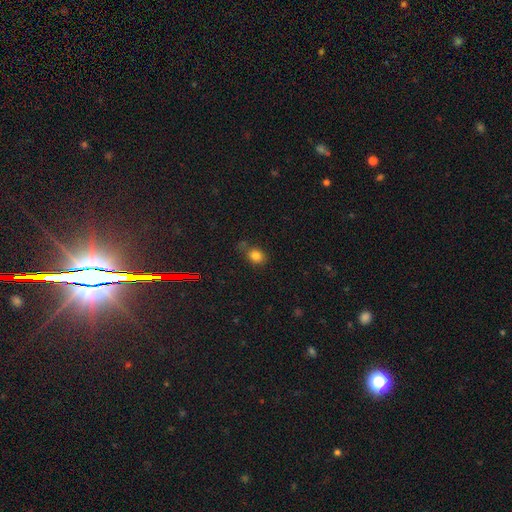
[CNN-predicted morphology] Smooth or featured? Predicted: smooth (p=0.80). How rounded? Predicted: round (p=0.58). Merging? Predicted: none (p=0.65).